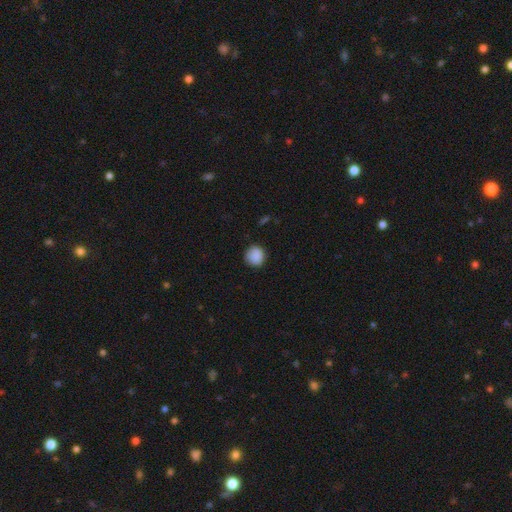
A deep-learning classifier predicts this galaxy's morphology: A smooth galaxy with no disk features (89%) that is round (90%). Merging: none (84%).